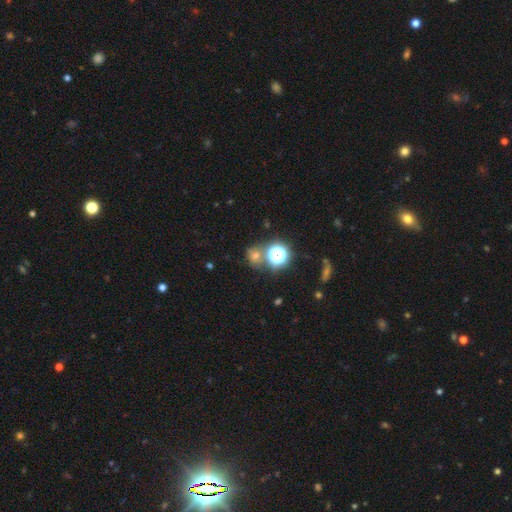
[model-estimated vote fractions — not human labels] smooth-or-featured: smooth: 46% | star or artifact: 45% | featured or disk: 10%
  merging: none: 69% | merger: 16% | minor disturbance: 10% | major disturbance: 5%